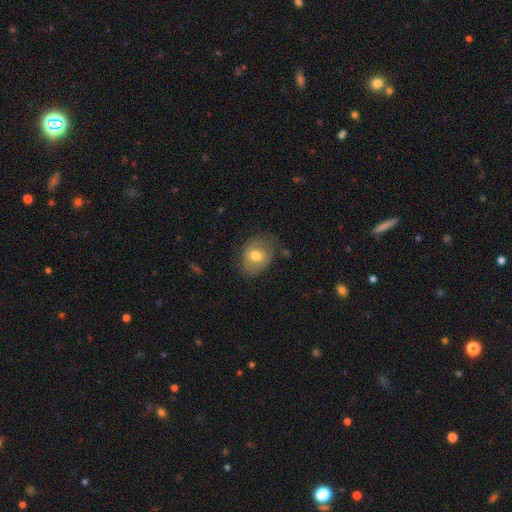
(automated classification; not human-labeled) A smooth galaxy with no disk features (55%) that is in between round and cigar-shaped (61%). Merging: none (64%).